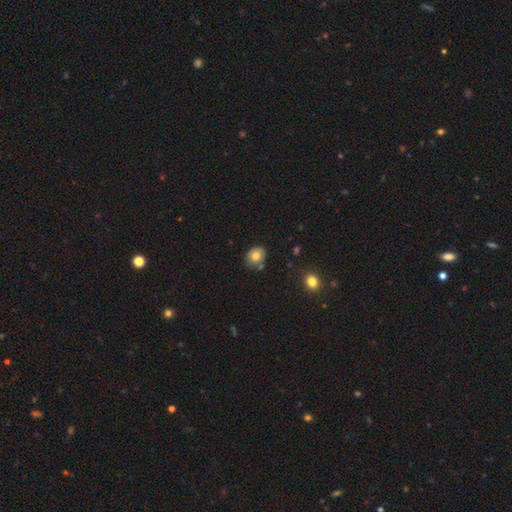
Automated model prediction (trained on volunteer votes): Smooth or featured? Predicted: smooth (p=0.77). How rounded? Predicted: round (p=0.60). Merging? Predicted: none (p=0.71).